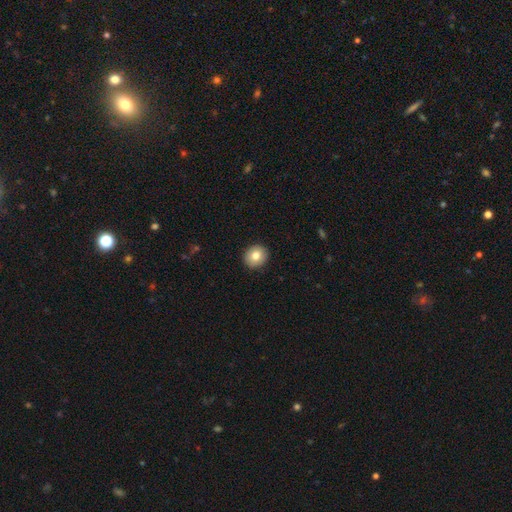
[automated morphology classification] This is clearly a smooth galaxy (81%). How rounded: clearly round (83%). Merging: clearly none (92%).